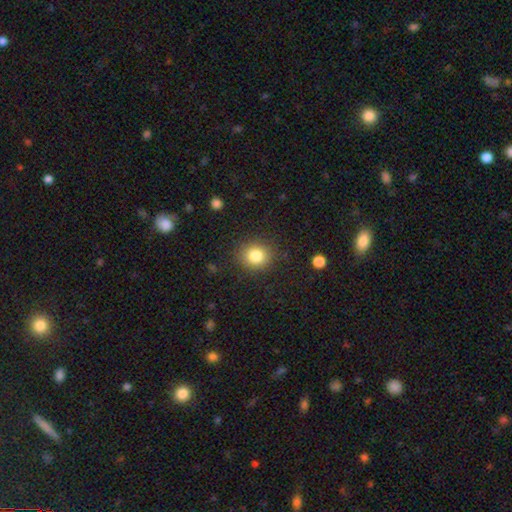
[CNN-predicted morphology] Q: Smooth or featured?
A: smooth (82%); runner-up: star or artifact (11%)
Q: How rounded?
A: round (80%); runner-up: in between (19%)
Q: Merging?
A: none (88%); runner-up: minor disturbance (8%)